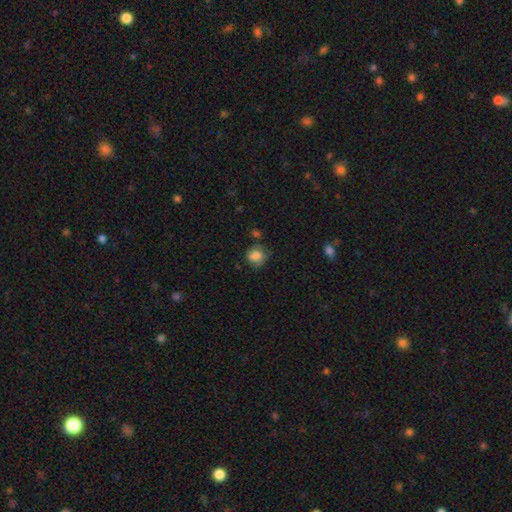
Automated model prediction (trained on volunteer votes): Smooth or featured: smooth — 77% (featured or disk — 13%)
How rounded: round — 71% (in between — 28%)
Merging: none — 58% (minor disturbance — 27%)